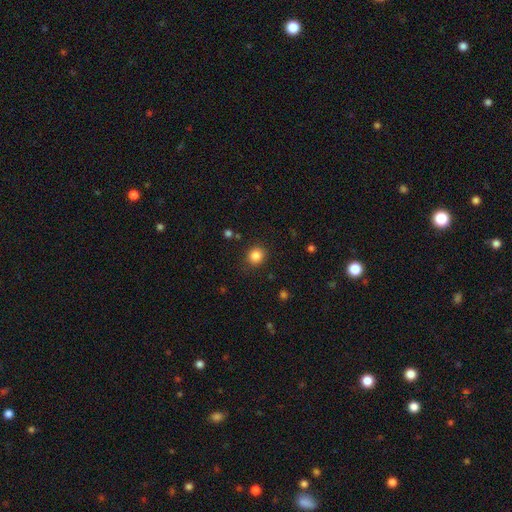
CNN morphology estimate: The model was most divided on "how rounded": round: 82%, in between: 17%, cigar-shaped: 1%. More confident: merging — none (87%); smooth or featured — smooth (85%).